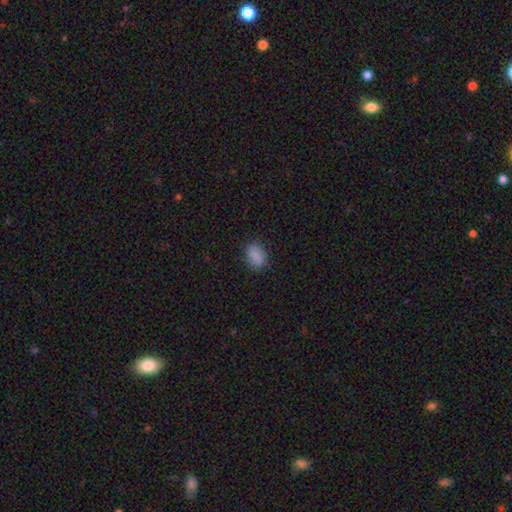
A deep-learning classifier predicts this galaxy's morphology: Smooth or featured? smooth (85%)
How rounded? in between (76%)
Merging? none (80%)